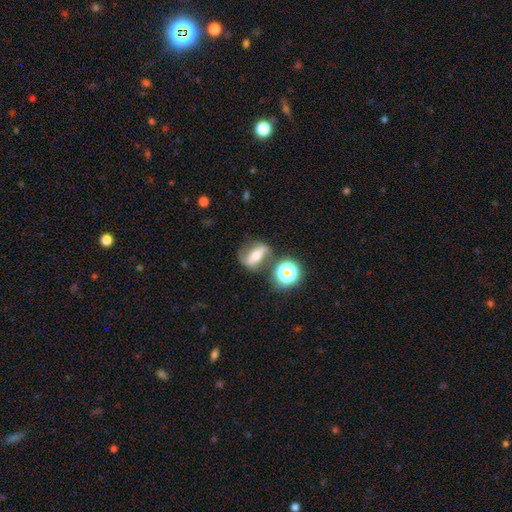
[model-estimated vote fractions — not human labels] The model was most divided on "smooth or featured": featured or disk: 58%, smooth: 27%, star or artifact: 15%. More confident: edge-on disk — no (78%); merging — none (67%).